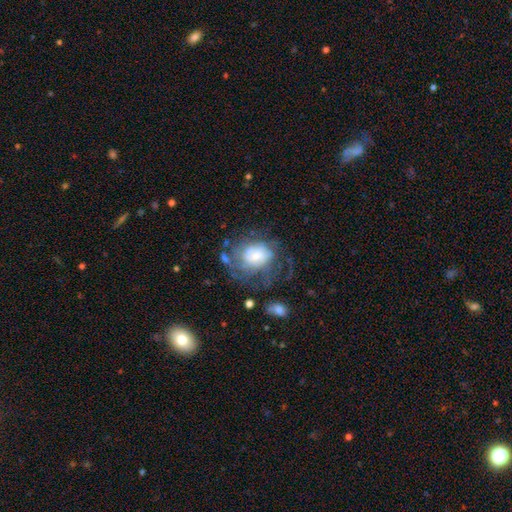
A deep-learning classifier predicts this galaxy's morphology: This is likely a featured or disk galaxy (62%). It is clearly not viewed edge-on (97%). Bar: likely no (66%). Spiral arm pattern: likely yes (66%). Central bulge: marginally moderate (41%). Merging: marginally none (39%).